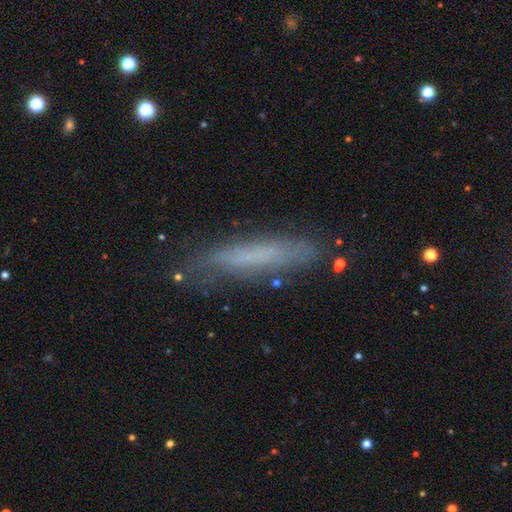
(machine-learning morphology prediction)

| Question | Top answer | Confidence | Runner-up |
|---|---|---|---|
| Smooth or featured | smooth | 55% | featured or disk (35%) |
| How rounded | cigar-shaped | 88% | in between (11%) |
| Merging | none | 78% | minor disturbance (16%) |